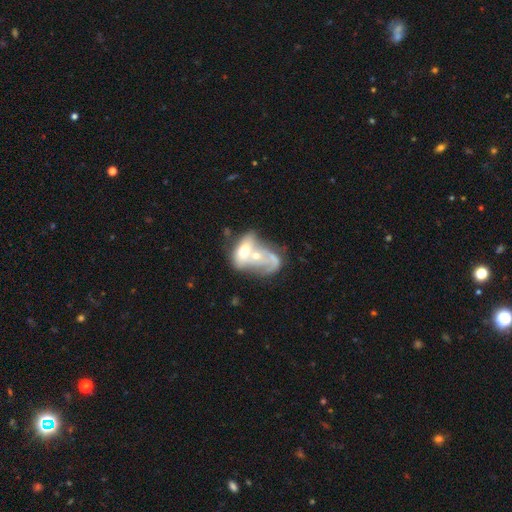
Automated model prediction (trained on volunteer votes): Smooth or featured?
  - featured or disk: 53% *
  - smooth: 39%
  - star or artifact: 7%
Edge-on disk?
  - no: 94% *
  - yes: 6%
Bar?
  - no: 79% *
  - weak: 17%
  - strong: 4%
Spiral arms?
  - no: 62% *
  - yes: 38%
Bulge size?
  - moderate: 59% *
  - small: 27%
  - large: 7%
  - none: 5%
  - dominant: 2%
Merging?
  - merger: 80% *
  - major disturbance: 9%
  - none: 7%
  - minor disturbance: 4%